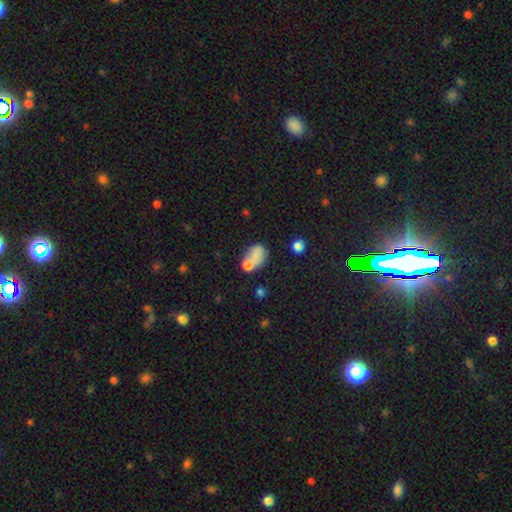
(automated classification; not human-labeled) Morphology: type=smooth (73%); roundness=in between (74%); merging=none (37%).